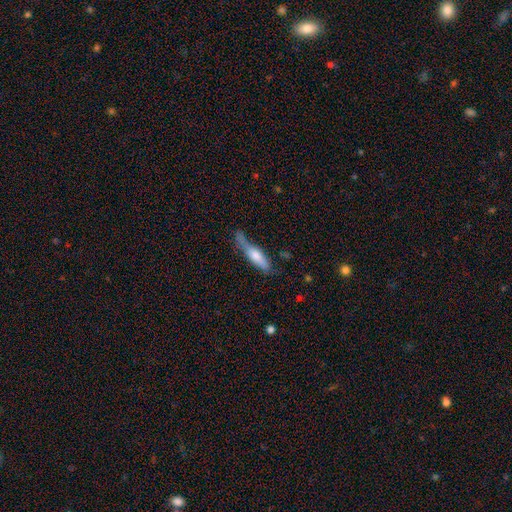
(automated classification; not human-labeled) This appears to be a smooth galaxy with no disk features (56%) that is cigar-shaped (76%). Merging: none (50%).